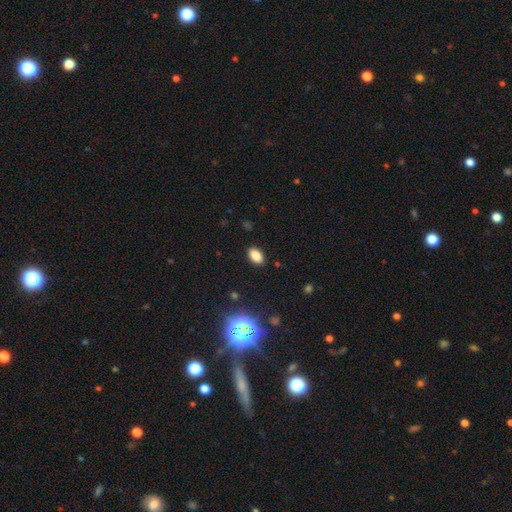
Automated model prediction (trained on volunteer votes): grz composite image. It shows a smooth galaxy with no disk features (81%) that is in between round and cigar-shaped (89%). Merging: none (88%).